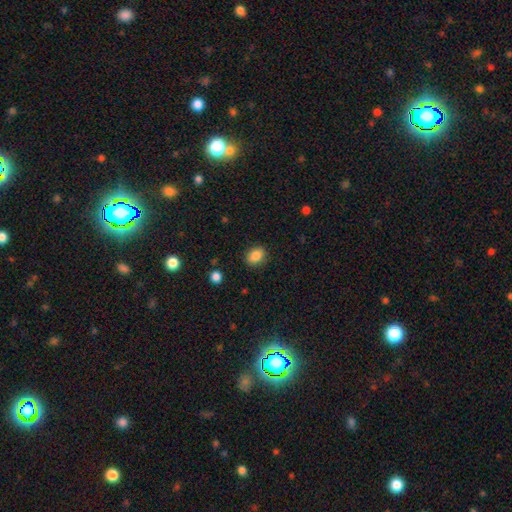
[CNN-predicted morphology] Smooth or featured? Predicted: smooth (p=0.86). How rounded? Predicted: in between (p=0.63). Merging? Predicted: none (p=0.87).